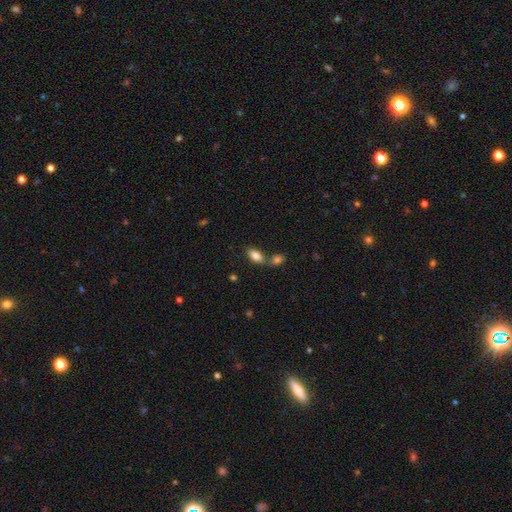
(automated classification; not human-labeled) smooth_or_featured: smooth (p=0.84) [alt: featured or disk p=0.09]
how_rounded: in between (p=0.90) [alt: cigar-shaped p=0.05]
merging: none (p=0.55) [alt: merger p=0.32]